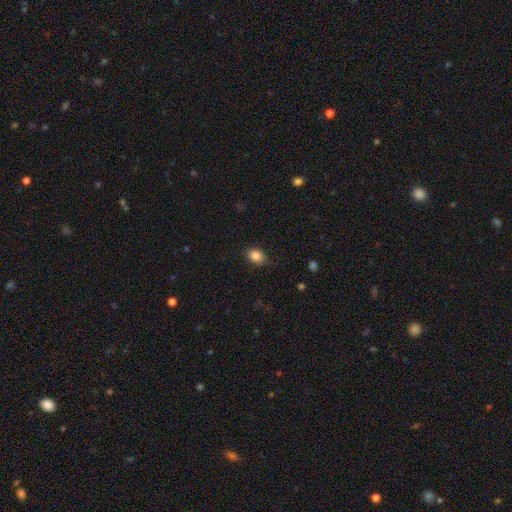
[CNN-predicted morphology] Smooth or featured: smooth — 86% (star or artifact — 9%)
How rounded: in between — 63% (round — 36%)
Merging: none — 84% (minor disturbance — 12%)